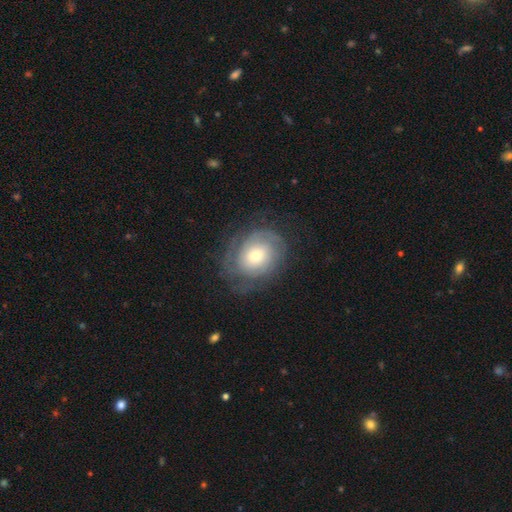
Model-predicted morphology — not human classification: smooth-or-featured: featured or disk: 69% | smooth: 24% | star or artifact: 7%
  disk-edge-on: no: 97% | yes: 3%
    bar: no: 76% | weak: 20% | strong: 4%
    has-spiral-arms: yes: 87% | no: 13%
      spiral-winding: tight: 67% | medium: 24% | loose: 8%
      spiral-arm-count: can't tell: 43% | 2: 28% | 3: 14% | 4: 6% | 1: 5% | more than 4: 4%
    bulge-size: moderate: 48% | small: 39% | large: 10% | dominant: 2% | none: 1%
  merging: none: 72% | minor disturbance: 17% | major disturbance: 10% | merger: 1%